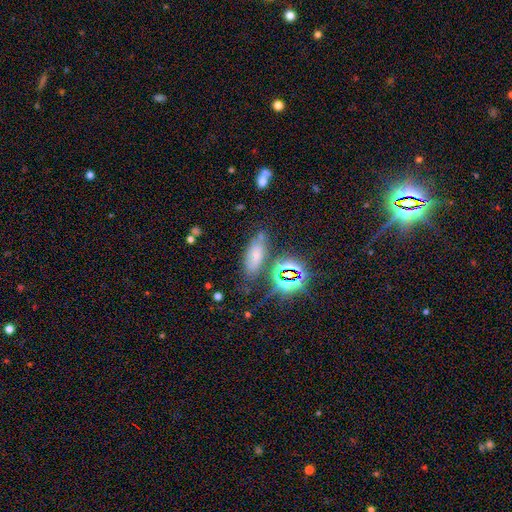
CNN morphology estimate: Smooth or featured? smooth (49%)
Merging? none (65%)